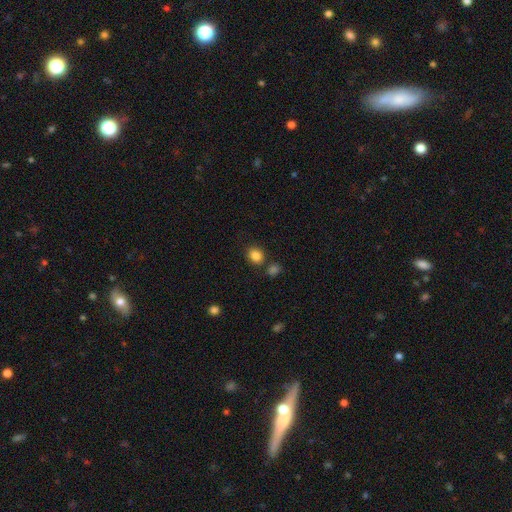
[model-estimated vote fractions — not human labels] smooth_or_featured: smooth (p=0.85) [alt: star or artifact p=0.10]
how_rounded: round (p=0.65) [alt: in between p=0.34]
merging: none (p=0.78) [alt: minor disturbance p=0.10]